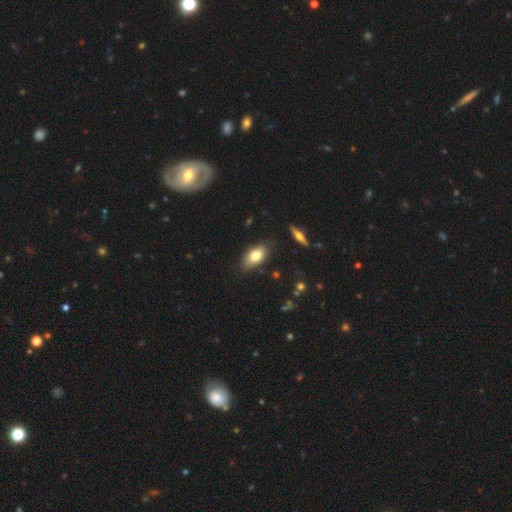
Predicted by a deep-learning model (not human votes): Smooth or featured?
  - smooth: 76% *
  - featured or disk: 16%
  - star or artifact: 8%
How rounded?
  - in between: 89% *
  - round: 5%
  - cigar-shaped: 5%
Merging?
  - none: 81% *
  - minor disturbance: 14%
  - major disturbance: 3%
  - merger: 2%